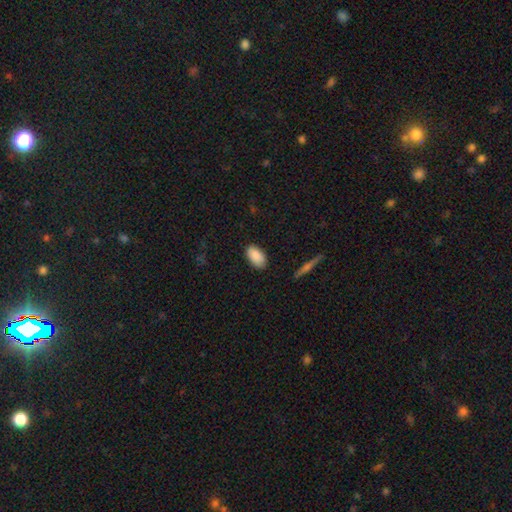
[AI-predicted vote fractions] Smooth or featured? smooth (89%)
How rounded? in between (94%)
Merging? none (86%)